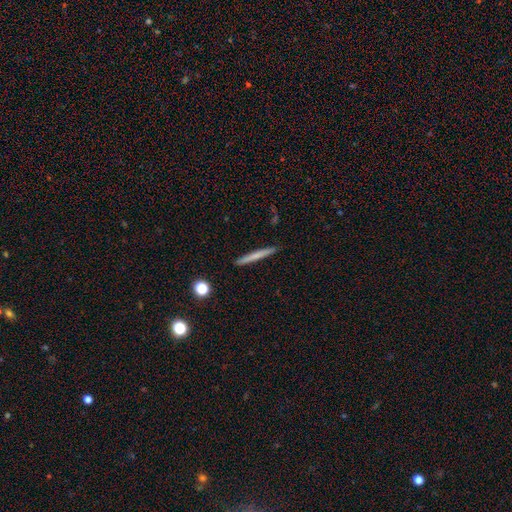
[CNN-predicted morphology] Smooth or featured: smooth — 64% (featured or disk — 29%)
How rounded: cigar-shaped — 96% (in between — 2%)
Merging: none — 91% (minor disturbance — 6%)